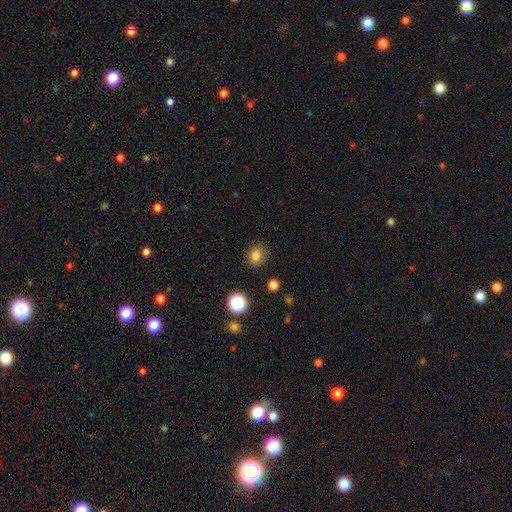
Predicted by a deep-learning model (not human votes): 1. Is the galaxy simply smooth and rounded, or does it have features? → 80% smooth, 13% star or artifact, 7% featured or disk.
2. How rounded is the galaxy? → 67% round, 32% in between, 1% cigar-shaped.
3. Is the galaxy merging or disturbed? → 85% none, 11% minor disturbance, 3% major disturbance, 2% merger.